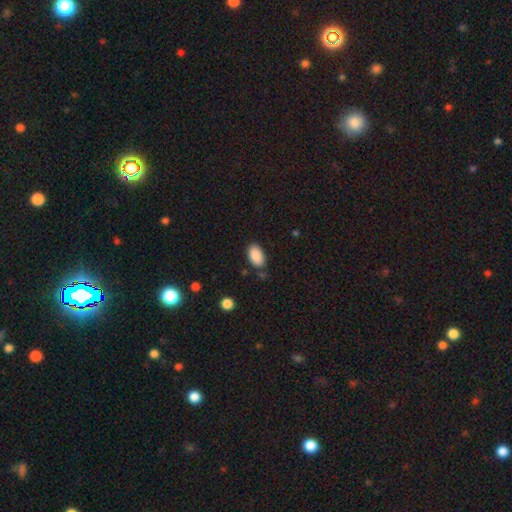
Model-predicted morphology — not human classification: A smooth galaxy with no disk features (89%) that is in between round and cigar-shaped (94%). Merging: none (80%).